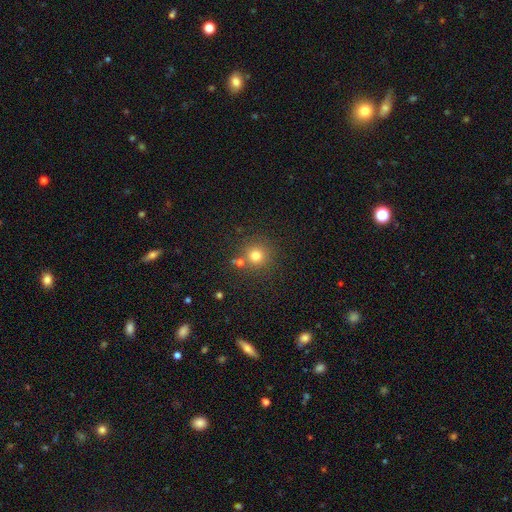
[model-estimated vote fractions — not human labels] Smooth or featured? Predicted: smooth (p=0.77). How rounded? Predicted: round (p=0.93). Merging? Predicted: none (p=0.78).